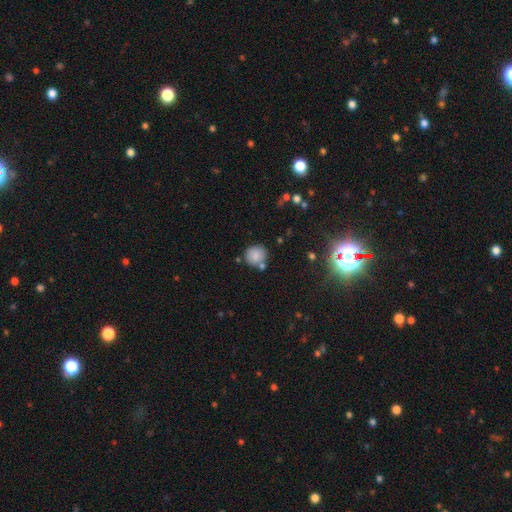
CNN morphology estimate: Smooth or featured? smooth (82%)
How rounded? round (86%)
Merging? none (69%)